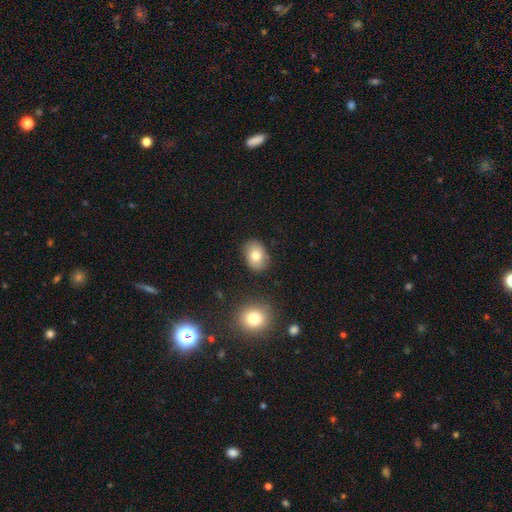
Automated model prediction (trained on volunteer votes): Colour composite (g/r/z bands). It shows a smooth galaxy with no disk features (77%) that is in between round and cigar-shaped (65%). Merging: none (83%).